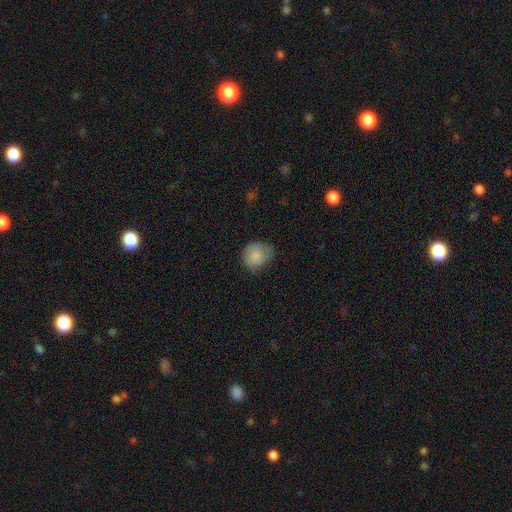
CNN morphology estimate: Q: Smooth or featured?
A: smooth (82%); runner-up: featured or disk (11%)
Q: How rounded?
A: round (72%); runner-up: in between (27%)
Q: Merging?
A: none (51%); runner-up: minor disturbance (35%)